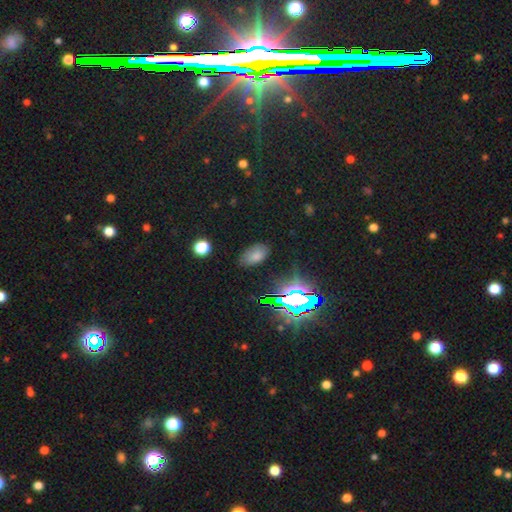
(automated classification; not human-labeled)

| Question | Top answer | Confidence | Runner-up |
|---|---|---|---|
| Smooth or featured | smooth | 70% | star or artifact (20%) |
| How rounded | in between | 92% | round (6%) |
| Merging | none | 76% | minor disturbance (18%) |